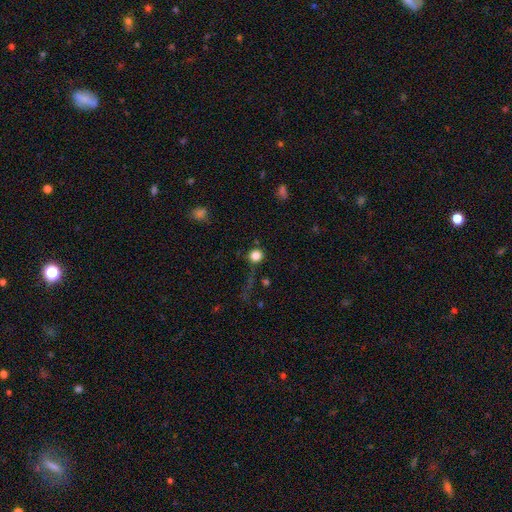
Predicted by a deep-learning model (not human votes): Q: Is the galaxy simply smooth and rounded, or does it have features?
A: smooth — 83%.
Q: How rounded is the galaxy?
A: round — 92%.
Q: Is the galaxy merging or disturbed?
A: none — 75%.